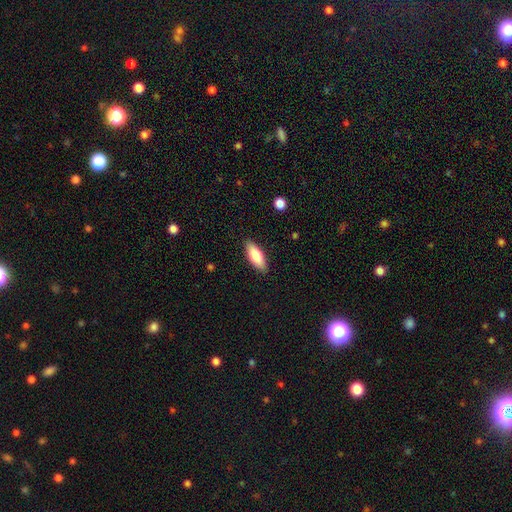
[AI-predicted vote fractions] Smooth or featured?
  - smooth: 82% *
  - featured or disk: 13%
  - star or artifact: 6%
How rounded?
  - in between: 73% *
  - cigar-shaped: 25%
  - round: 2%
Merging?
  - none: 88% *
  - minor disturbance: 9%
  - major disturbance: 2%
  - merger: 1%